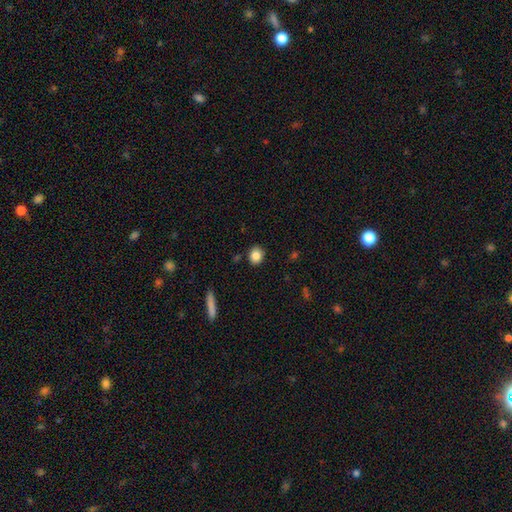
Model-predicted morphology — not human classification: smooth 85%, star or artifact 9%, featured or disk 6%. Down the decision tree: how rounded — round (67%); merging — none (88%).